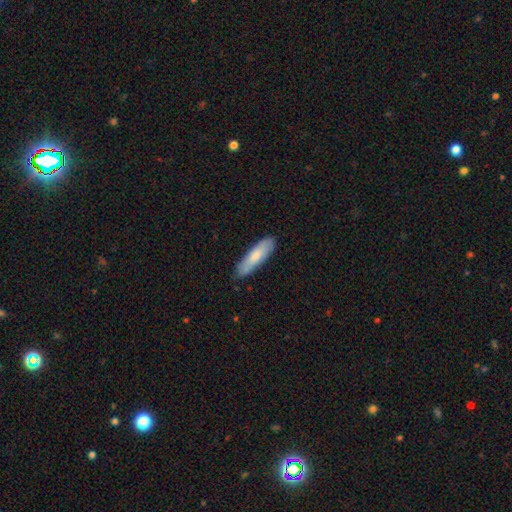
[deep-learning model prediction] Overall: smooth (75%). How rounded: cigar-shaped (65%; in between 34%). Merging: none (85%).